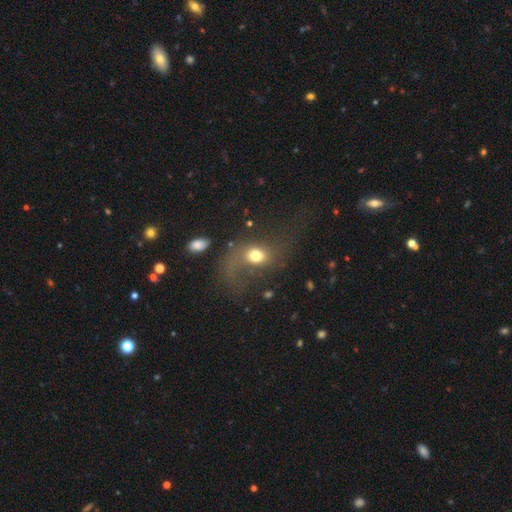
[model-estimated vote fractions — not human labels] Overall: smooth (57%; featured or disk 30%). How rounded: in between (52%; round 46%). Merging: major disturbance (49%; none 31%).